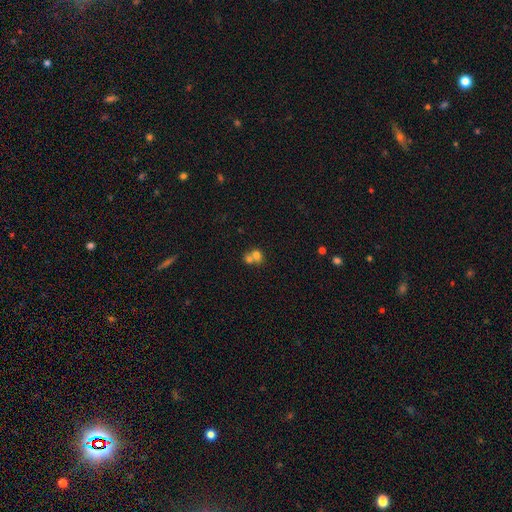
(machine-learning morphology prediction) Q: Smooth or featured?
A: smooth (71%); runner-up: featured or disk (17%)
Q: How rounded?
A: round (66%); runner-up: in between (33%)
Q: Merging?
A: merger (65%); runner-up: none (27%)